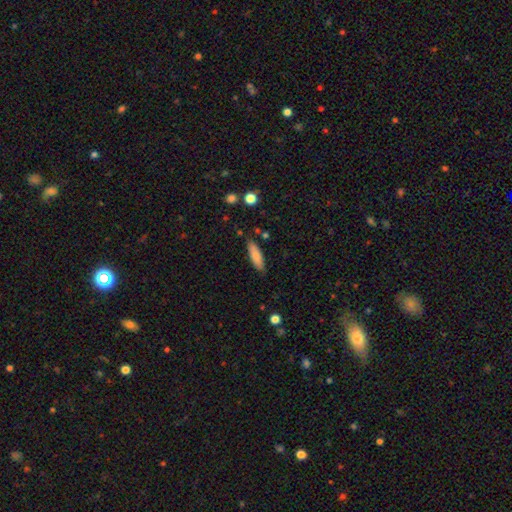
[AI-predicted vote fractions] This appears to be a smooth galaxy with no disk features (83%) that is cigar-shaped (54%). Merging: none (82%).